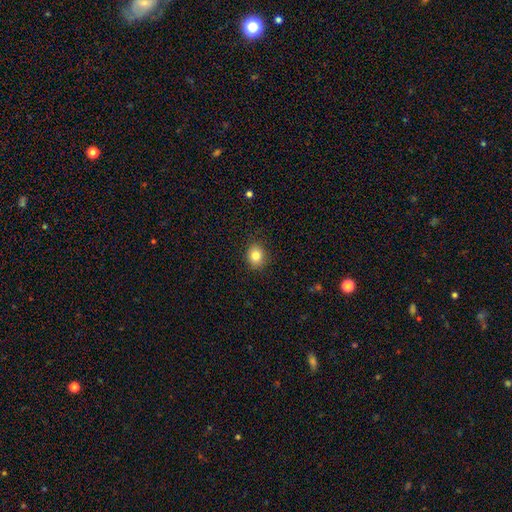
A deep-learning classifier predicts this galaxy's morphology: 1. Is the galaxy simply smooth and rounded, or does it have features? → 84% smooth, 10% star or artifact, 6% featured or disk.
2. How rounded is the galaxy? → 67% round, 32% in between, 1% cigar-shaped.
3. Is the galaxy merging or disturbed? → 89% none, 8% minor disturbance, 2% major disturbance, 1% merger.